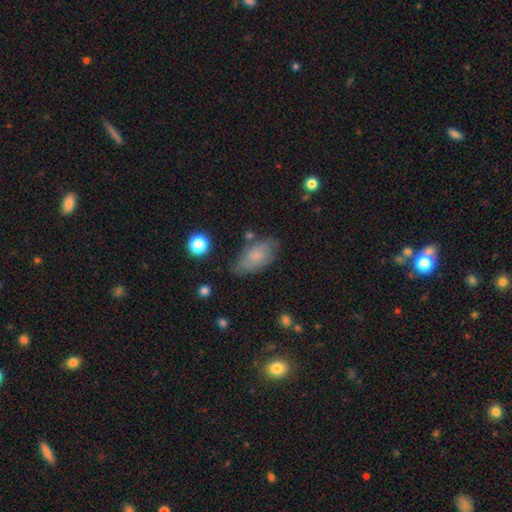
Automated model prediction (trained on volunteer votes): smooth 69%, featured or disk 22%, star or artifact 8%. Down the decision tree: how rounded — in between (91%); merging — none (63%).